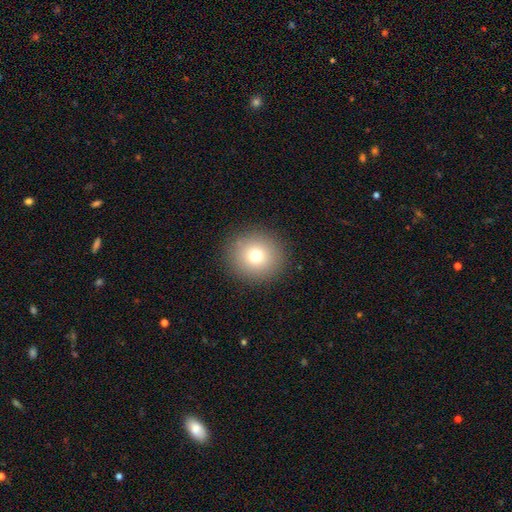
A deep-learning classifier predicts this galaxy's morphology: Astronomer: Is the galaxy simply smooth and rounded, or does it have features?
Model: smooth — 74%.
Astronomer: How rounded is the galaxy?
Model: round — 92%.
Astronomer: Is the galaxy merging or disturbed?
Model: none — 90%.